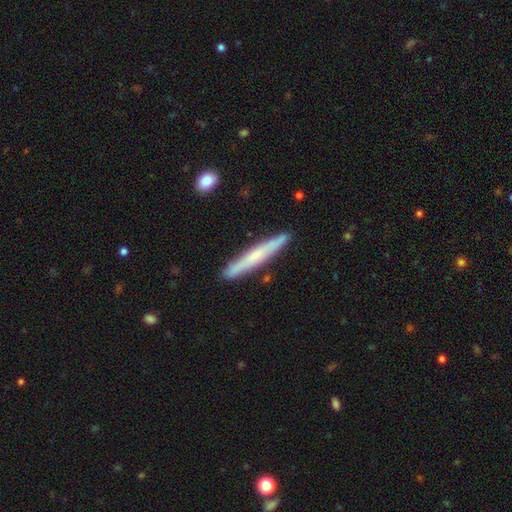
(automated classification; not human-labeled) Smooth or featured: smooth — 49% (featured or disk — 45%)
Merging: none — 88% (minor disturbance — 9%)